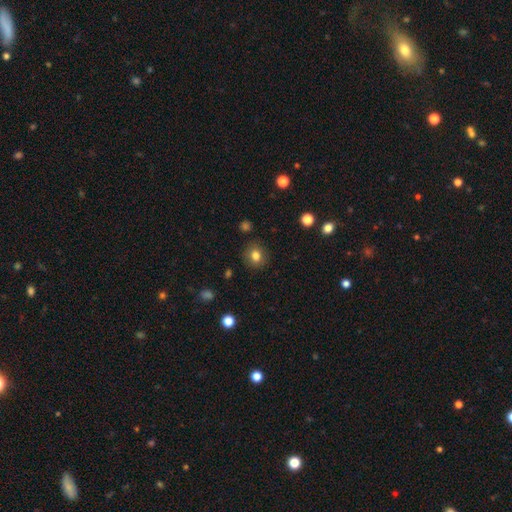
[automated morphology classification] Overall: smooth (81%). How rounded: round (80%). Merging: none (88%).